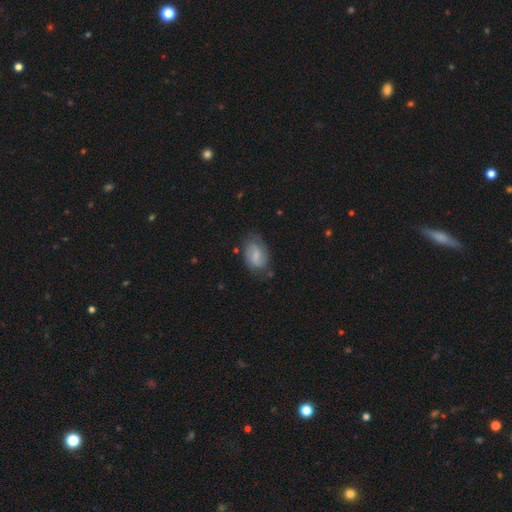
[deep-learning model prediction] A smooth galaxy with no disk features (53%) that is in between round and cigar-shaped (85%). Merging: none (66%).